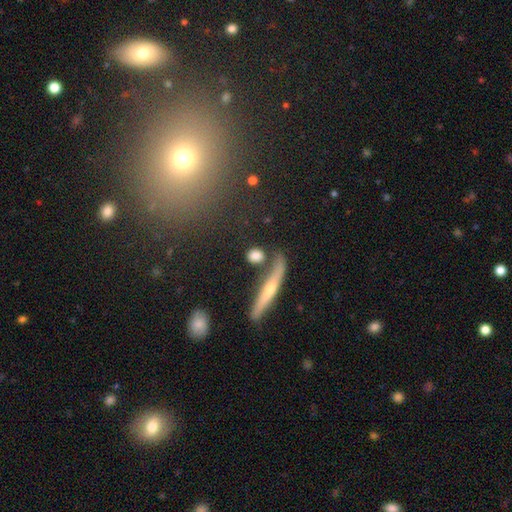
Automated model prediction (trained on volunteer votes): Smooth or featured: smooth — 77% (featured or disk — 14%)
How rounded: round — 50% (in between — 36%)
Merging: none — 69% (merger — 13%)